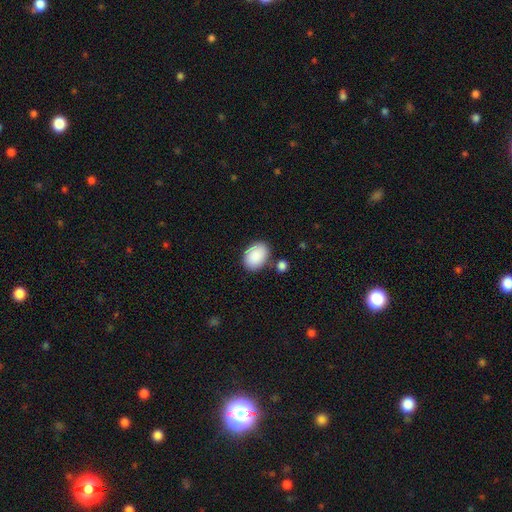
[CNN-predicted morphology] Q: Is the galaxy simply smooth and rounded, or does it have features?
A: smooth — 89%.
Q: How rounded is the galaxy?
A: in between — 80%.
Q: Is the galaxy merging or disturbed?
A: none — 75%.